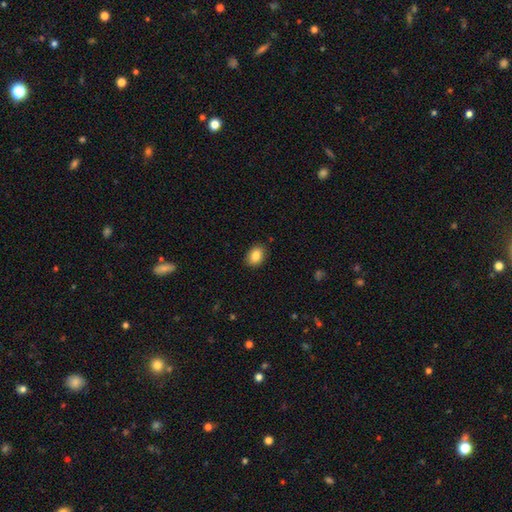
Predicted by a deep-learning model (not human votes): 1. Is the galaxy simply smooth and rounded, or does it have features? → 85% smooth, 8% star or artifact, 7% featured or disk.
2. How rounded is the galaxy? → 76% in between, 23% round, 1% cigar-shaped.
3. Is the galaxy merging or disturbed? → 88% none, 9% minor disturbance, 2% major disturbance, 1% merger.